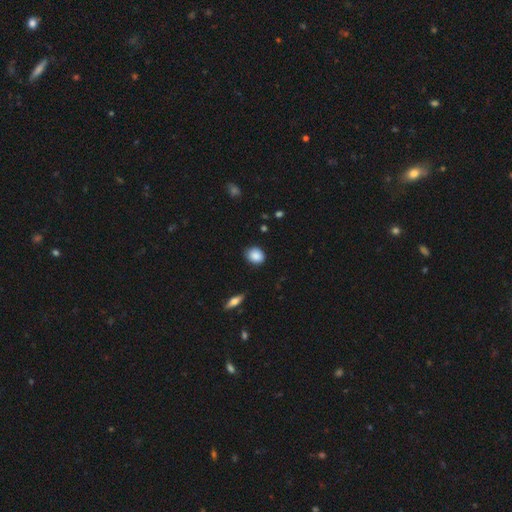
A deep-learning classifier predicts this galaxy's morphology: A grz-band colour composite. It shows a smooth galaxy with no disk features (88%) that is round (65%). Merging: none (84%).